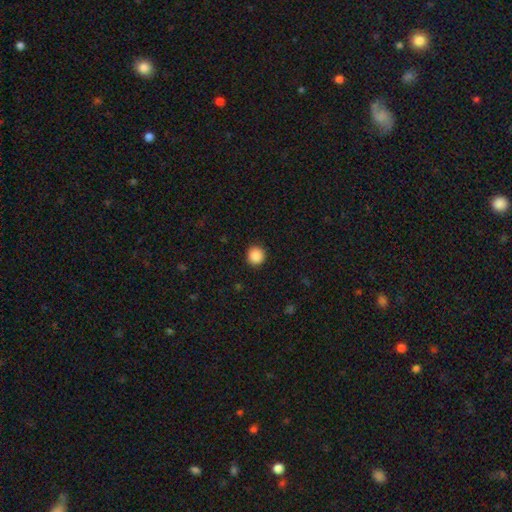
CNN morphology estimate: smooth-or-featured: smooth: 89% | star or artifact: 9% | featured or disk: 2%
  how-rounded: round: 94% | in between: 5% | cigar-shaped: 1%
  merging: none: 92% | minor disturbance: 5% | major disturbance: 2% | merger: 1%